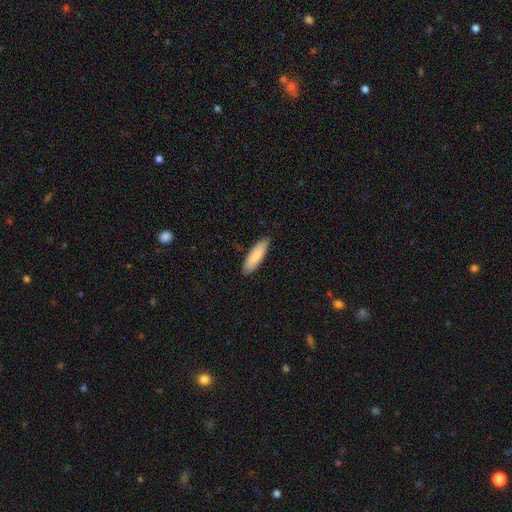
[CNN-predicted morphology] This appears to be a smooth galaxy with no disk features (83%) that is cigar-shaped (52%). Merging: none (87%).